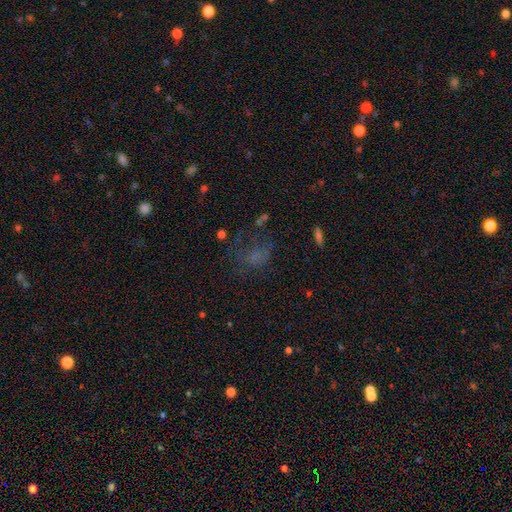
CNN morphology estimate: Overall: smooth (46%; star or artifact 28%). Merging: none (40%; major disturbance 35%).